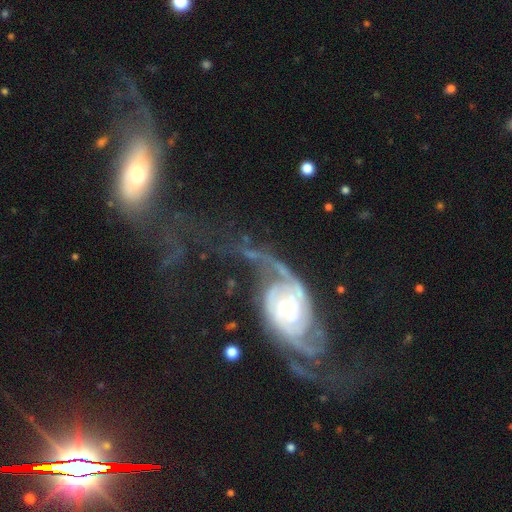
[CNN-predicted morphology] featured or disk 86%, star or artifact 7%, smooth 7%. Down the decision tree: edge-on disk — no (96%); bar — no (65%); spiral arms — yes (96%); spiral arm count — 2 (78%); spiral winding — loose (41%); bulge size — small (49%); merging — none (38%).